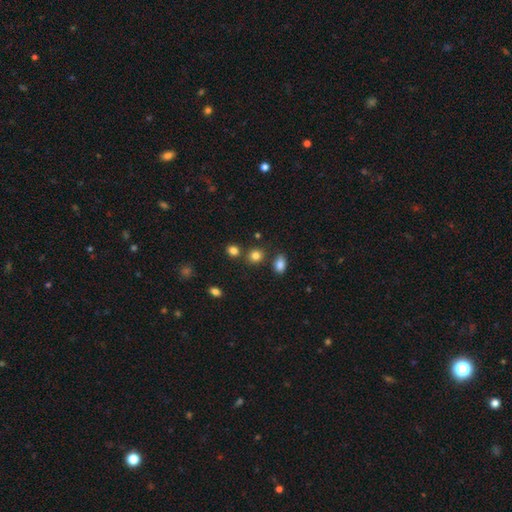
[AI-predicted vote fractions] Smooth or featured: smooth — 82% (star or artifact — 13%)
How rounded: round — 76% (in between — 23%)
Merging: none — 77% (merger — 11%)